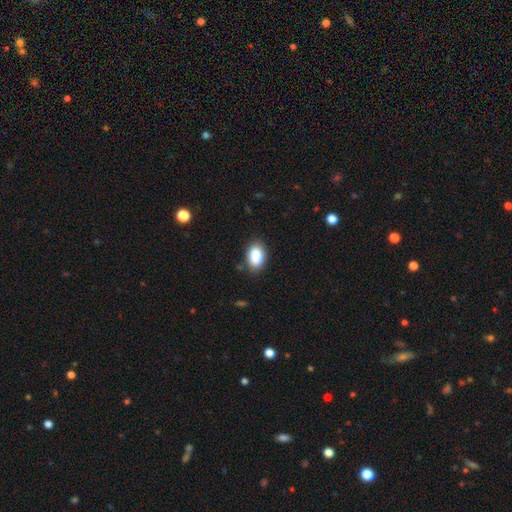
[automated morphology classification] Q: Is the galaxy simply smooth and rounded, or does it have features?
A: smooth — 86%.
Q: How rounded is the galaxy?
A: in between — 89%.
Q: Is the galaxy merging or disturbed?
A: none — 82%.